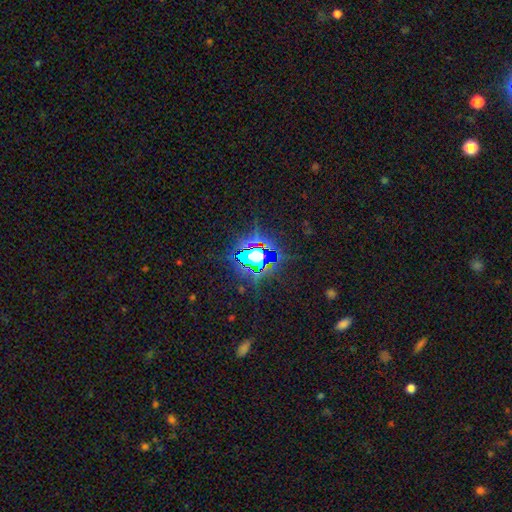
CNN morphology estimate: This is likely a star or artifact rather than a galaxy (71%).